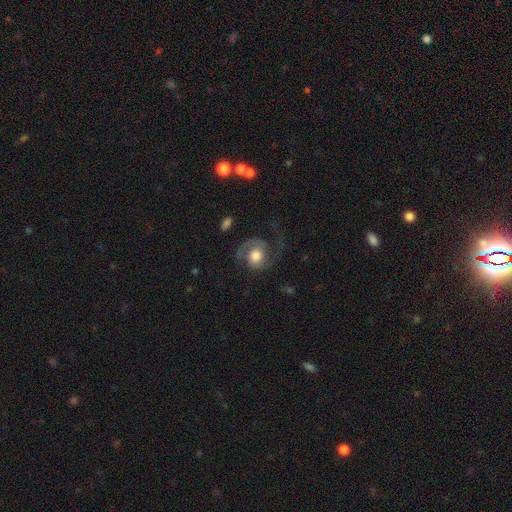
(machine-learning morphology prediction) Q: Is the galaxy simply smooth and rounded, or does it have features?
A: featured or disk — 77%.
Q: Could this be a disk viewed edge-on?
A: no — 98%.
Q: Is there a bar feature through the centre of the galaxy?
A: no — 75%.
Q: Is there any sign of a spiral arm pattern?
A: yes — 95%.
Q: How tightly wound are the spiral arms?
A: medium — 45%.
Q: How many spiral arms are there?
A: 2 — 71%.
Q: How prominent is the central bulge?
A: moderate — 44%.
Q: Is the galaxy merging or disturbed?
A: none — 54%.